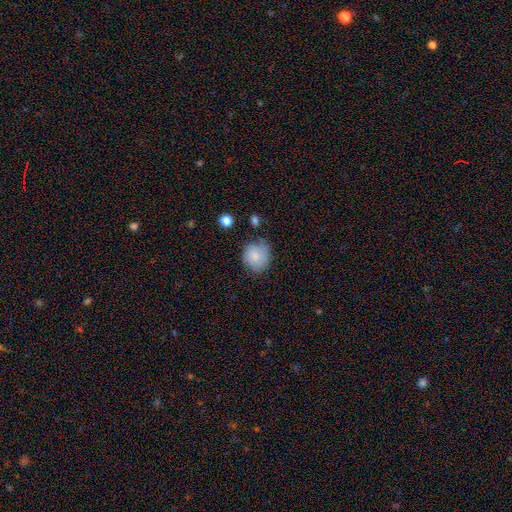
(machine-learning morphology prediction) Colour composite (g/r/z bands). It shows a smooth galaxy with no disk features (84%) that is round (82%). Merging: none (68%).